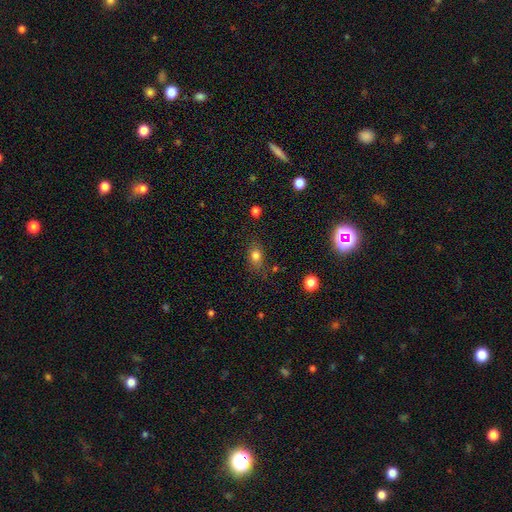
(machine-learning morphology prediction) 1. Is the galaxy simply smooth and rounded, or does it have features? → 78% smooth, 13% star or artifact, 9% featured or disk.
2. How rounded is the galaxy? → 66% in between, 31% round, 3% cigar-shaped.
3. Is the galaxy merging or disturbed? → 74% none, 17% minor disturbance, 5% major disturbance, 3% merger.